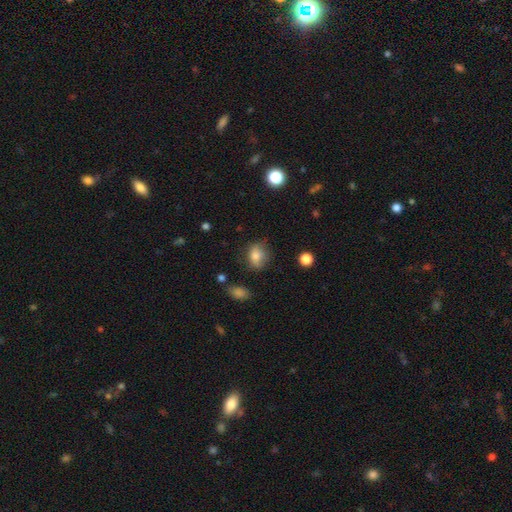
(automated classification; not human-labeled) This appears to be a smooth galaxy with no disk features (79%) that is in between round and cigar-shaped (54%). Merging: none (69%).